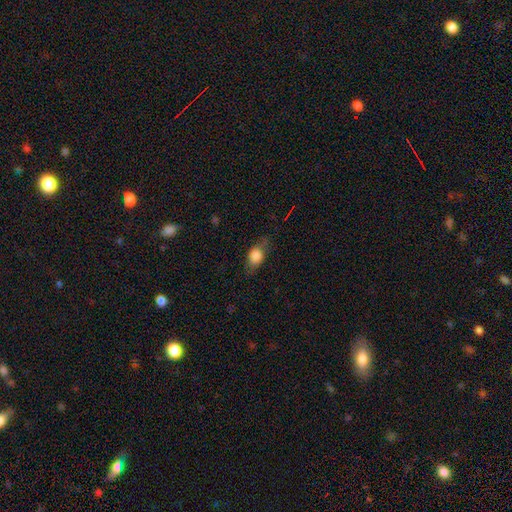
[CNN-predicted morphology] Smooth or featured? Predicted: smooth (p=0.76). How rounded? Predicted: in between (p=0.71). Merging? Predicted: none (p=0.65).